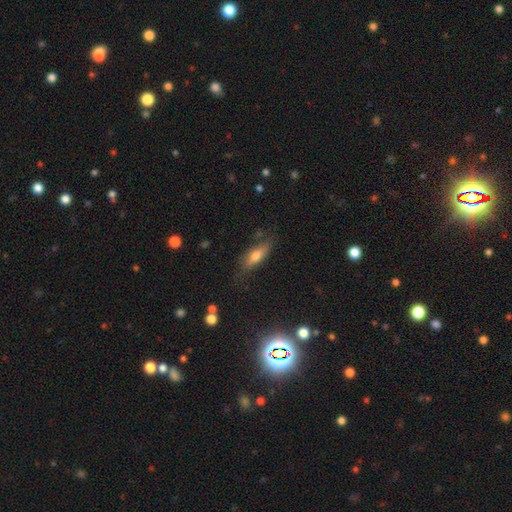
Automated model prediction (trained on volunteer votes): smooth_or_featured: smooth (p=0.62) [alt: featured or disk p=0.28]
how_rounded: in between (p=0.53) [alt: cigar-shaped p=0.44]
merging: none (p=0.74) [alt: minor disturbance p=0.19]